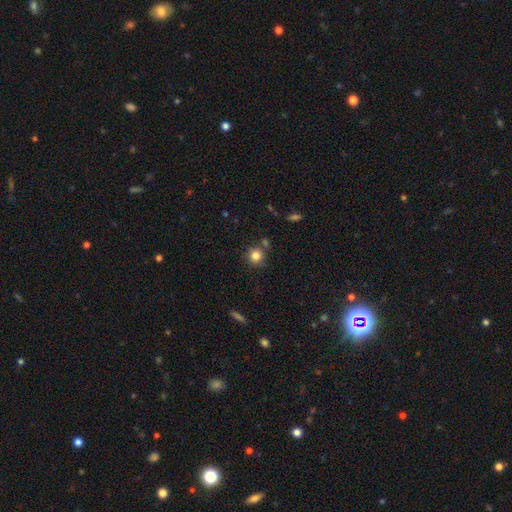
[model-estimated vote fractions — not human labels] This is clearly a smooth galaxy (82%). How rounded: clearly round (92%). Merging: likely none (78%).